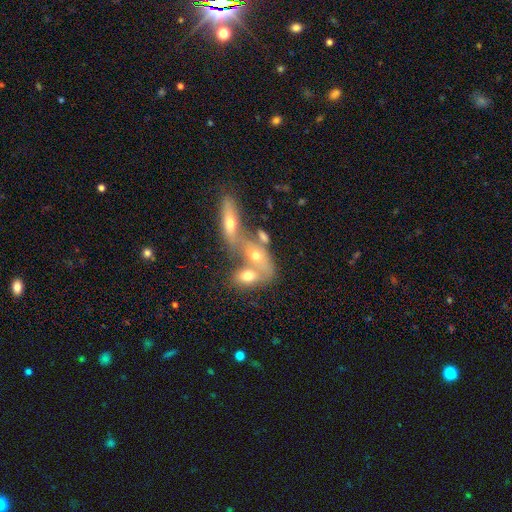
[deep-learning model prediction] smooth_or_featured: smooth (p=0.56) [alt: featured or disk p=0.34]
how_rounded: in between (p=0.78) [alt: round p=0.14]
merging: merger (p=0.67) [alt: none p=0.20]